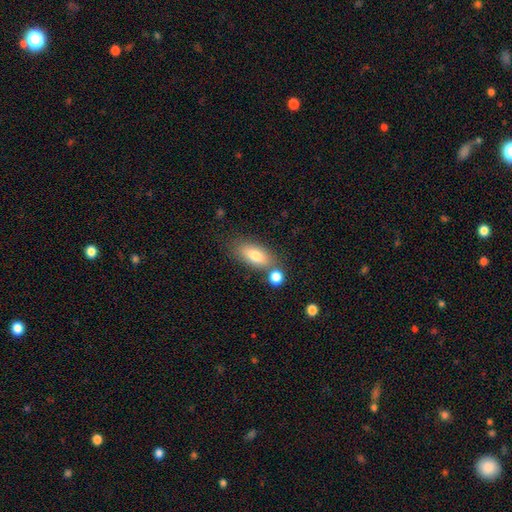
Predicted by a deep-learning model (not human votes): Smooth or featured? Predicted: smooth (p=0.78). How rounded? Predicted: in between (p=0.81). Merging? Predicted: none (p=0.63).